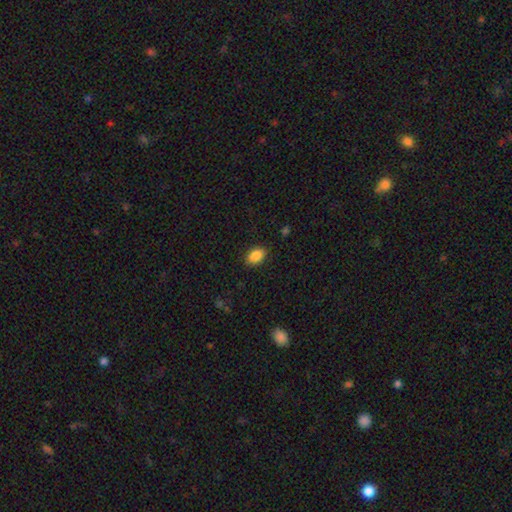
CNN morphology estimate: smooth_or_featured: smooth (p=0.88) [alt: star or artifact p=0.08]
how_rounded: in between (p=0.86) [alt: round p=0.12]
merging: none (p=0.87) [alt: minor disturbance p=0.10]